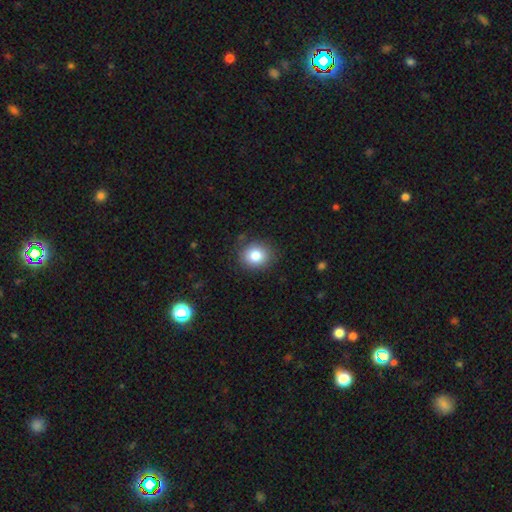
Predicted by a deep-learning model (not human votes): Morphology: type=smooth (82%); roundness=round (74%); merging=none (86%).